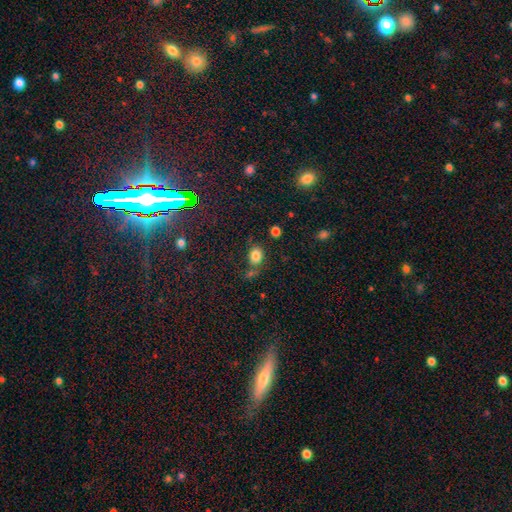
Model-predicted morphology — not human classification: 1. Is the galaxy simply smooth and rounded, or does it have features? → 81% smooth, 12% star or artifact, 7% featured or disk.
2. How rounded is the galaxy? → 64% in between, 35% round, 1% cigar-shaped.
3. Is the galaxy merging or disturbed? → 67% none, 15% minor disturbance, 12% merger, 6% major disturbance.